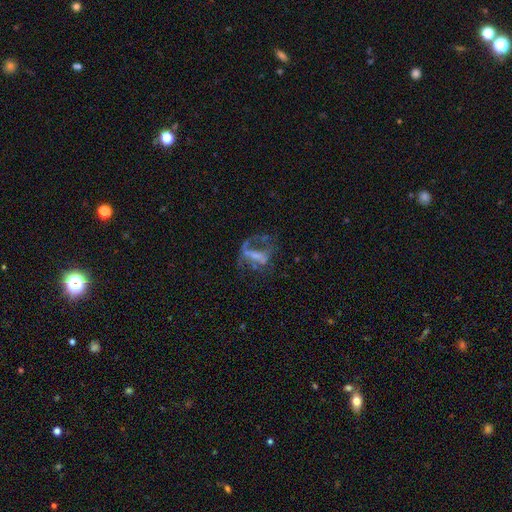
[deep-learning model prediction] The model was most divided on "merging": major disturbance: 46%, none: 34%, minor disturbance: 15%, merger: 5%. Remaining: edge-on disk — no (89%); spiral arms — no (62%); smooth or featured — featured or disk (59%); bulge size — none (49%); bar — no (45%).